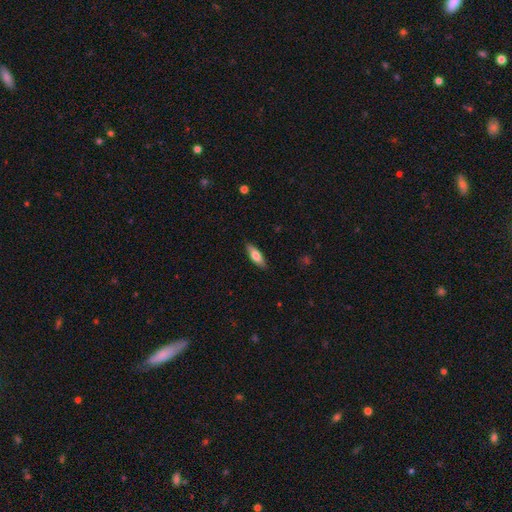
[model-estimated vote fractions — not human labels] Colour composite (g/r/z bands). It shows a smooth galaxy with no disk features (68%) that is in between round and cigar-shaped (59%). Merging: none (88%).